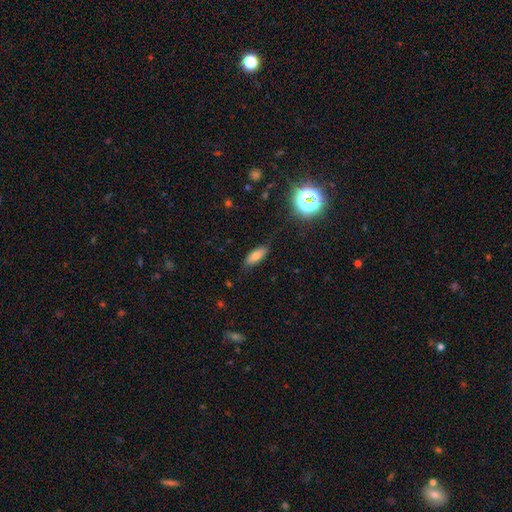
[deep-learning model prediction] Morphology: type=smooth (73%); roundness=in between (72%); merging=none (80%).